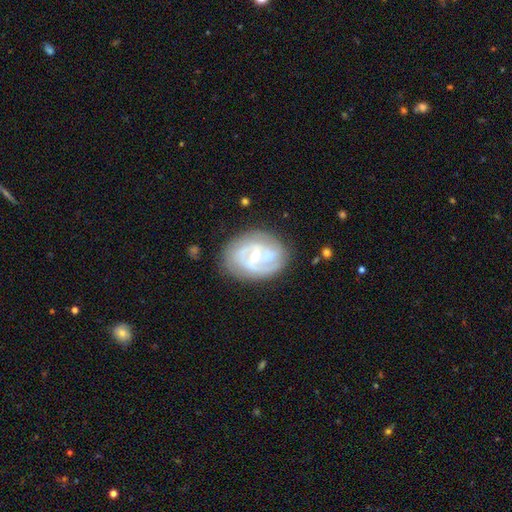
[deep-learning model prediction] Overall: featured or disk (85%). Edge-on disk: no (97%). Bar: weak (47%; no 31%). Spiral arms: yes (92%). Spiral arm count: 2 (43%; 3 23%). Spiral winding: tight (56%; medium 35%). Bulge size: moderate (52%; small 44%). Merging: none (75%).